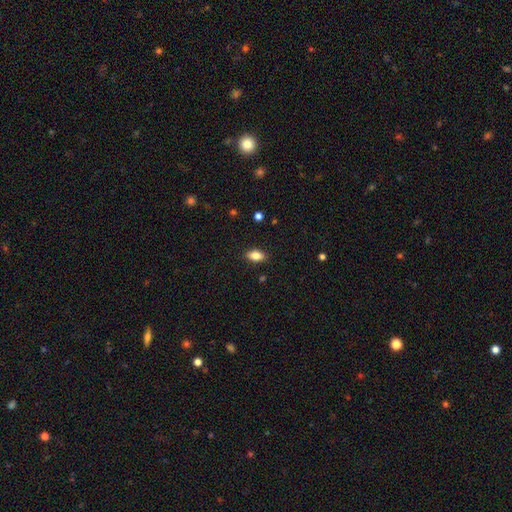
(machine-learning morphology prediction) Smooth or featured? smooth (79%)
How rounded? in between (87%)
Merging? none (87%)